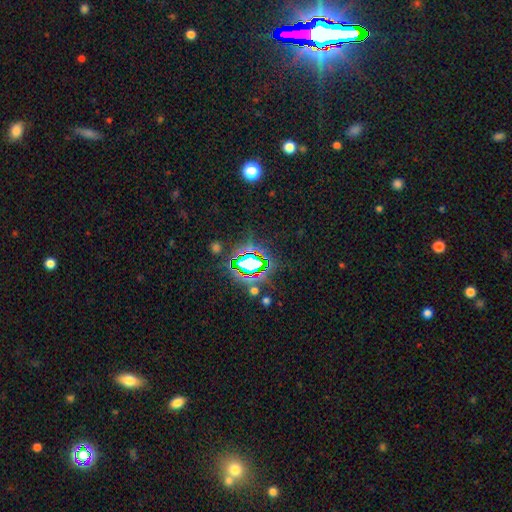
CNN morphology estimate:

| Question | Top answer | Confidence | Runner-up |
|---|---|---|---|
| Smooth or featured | star or artifact | 74% | smooth (16%) |